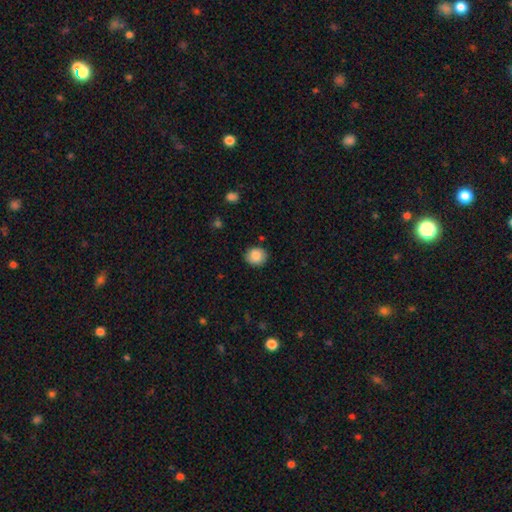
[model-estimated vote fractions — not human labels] smooth-or-featured: smooth: 86% | star or artifact: 8% | featured or disk: 6%
  how-rounded: round: 77% | in between: 22% | cigar-shaped: 1%
  merging: none: 84% | minor disturbance: 12% | major disturbance: 2% | merger: 1%